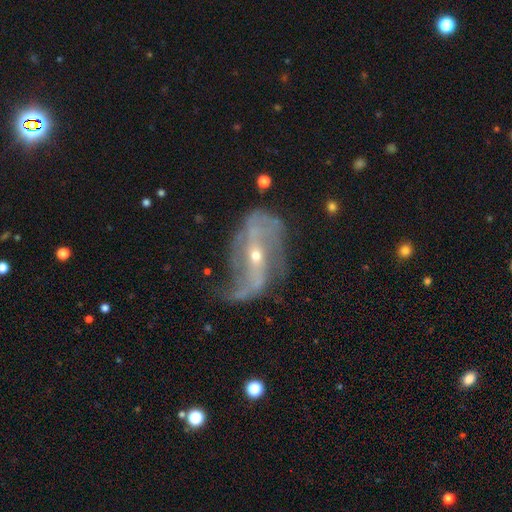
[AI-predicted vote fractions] Morphology: type=featured or disk (86%); edge-on=no (93%); bar=strong (47%); spiral arms=yes (91%); winding=loose (62%); arm count=2 (73%); bulge=small (68%); merging=none (48%).